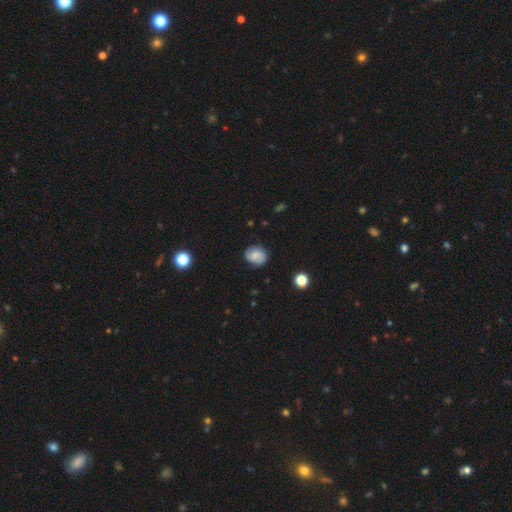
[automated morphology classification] This appears to be a smooth galaxy with no disk features (66%) that is round (67%). Merging: none (80%).